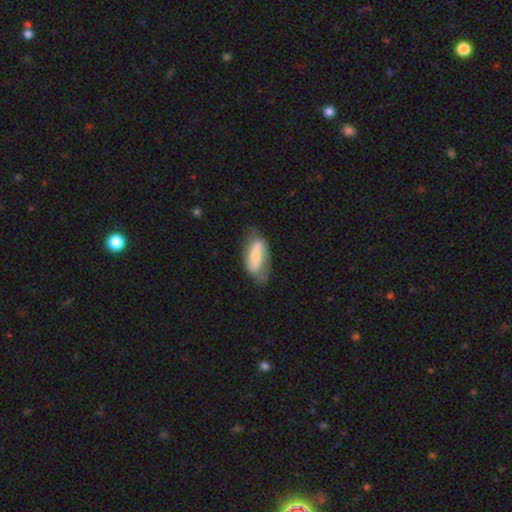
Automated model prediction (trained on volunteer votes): smooth-or-featured: featured or disk: 48% | smooth: 45% | star or artifact: 6%
  merging: none: 57% | minor disturbance: 30% | major disturbance: 11% | merger: 2%